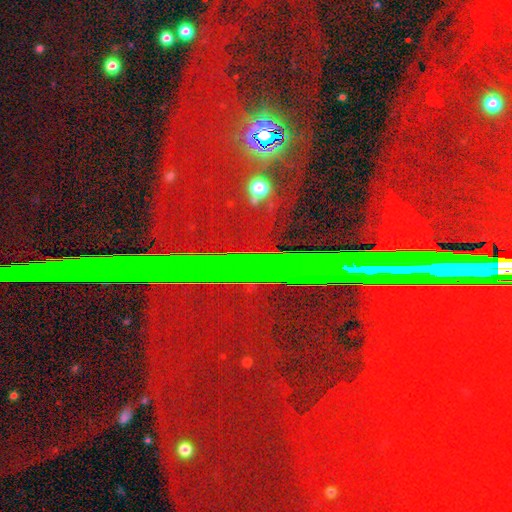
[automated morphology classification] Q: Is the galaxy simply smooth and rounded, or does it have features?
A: star or artifact — 86%.